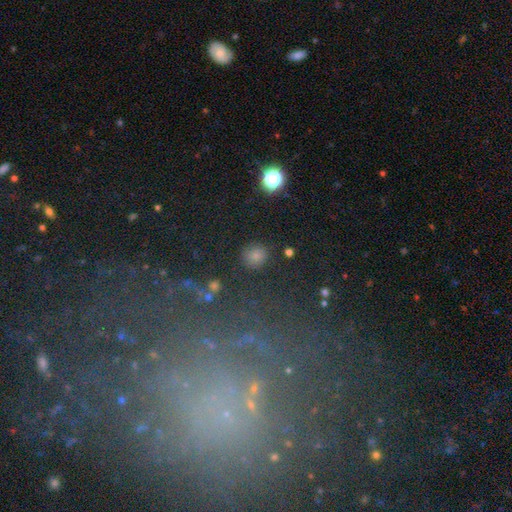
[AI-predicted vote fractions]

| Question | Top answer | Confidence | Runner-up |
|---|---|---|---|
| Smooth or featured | smooth | 75% | star or artifact (18%) |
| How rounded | round | 87% | in between (11%) |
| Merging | none | 82% | minor disturbance (11%) |